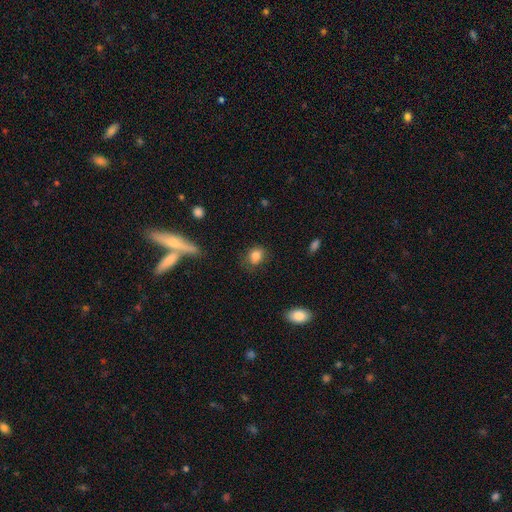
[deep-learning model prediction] A smooth galaxy with no disk features (83%) that is in between round and cigar-shaped (55%).

Vote fractions:
- Smooth or featured? smooth: 83% / star or artifact: 10% / featured or disk: 7%
- How rounded? in between: 55% / round: 44% / cigar-shaped: 1%
- Merging? none: 71% / minor disturbance: 20% / major disturbance: 7% / merger: 2%